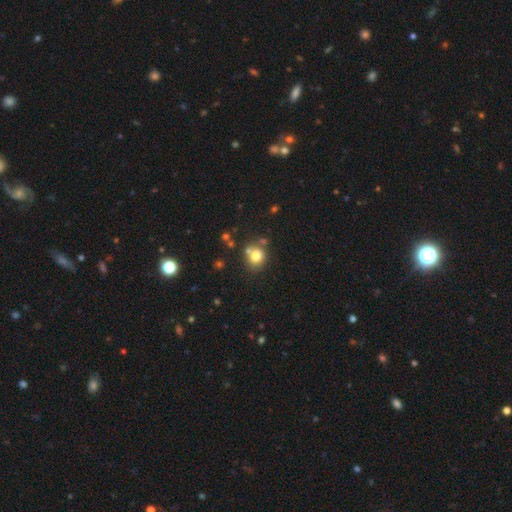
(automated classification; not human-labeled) Q: Smooth or featured?
A: smooth (77%); runner-up: star or artifact (13%)
Q: How rounded?
A: round (80%); runner-up: in between (20%)
Q: Merging?
A: none (65%); runner-up: merger (18%)